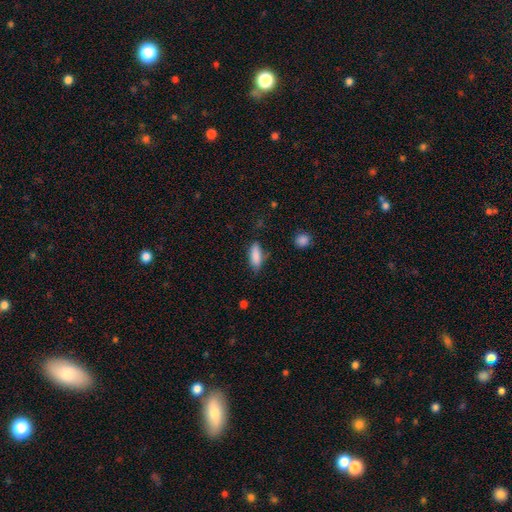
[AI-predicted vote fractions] Overall: smooth (86%). How rounded: in between (68%; cigar-shaped 30%). Merging: none (73%).